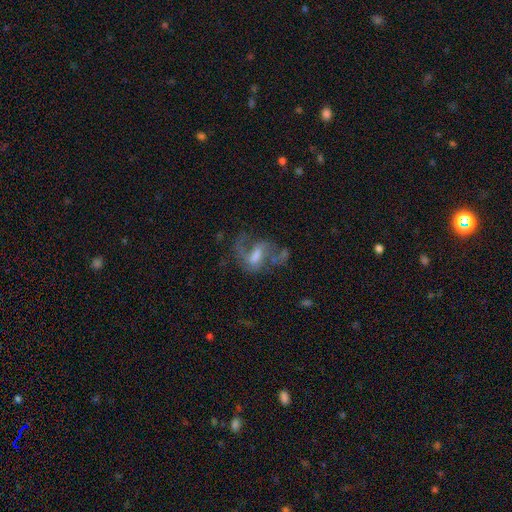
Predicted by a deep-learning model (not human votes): Smooth or featured: featured or disk — 70% (smooth — 21%)
Edge-on disk: no — 97% (yes — 3%)
Bar: weak — 50% (no — 28%)
Spiral arms: yes — 77% (no — 23%)
Spiral winding: loose — 53% (medium — 37%)
Spiral arm count: 2 — 54% (1 — 24%)
Bulge size: moderate — 42% (small — 22%)
Merging: major disturbance — 42% (none — 33%)